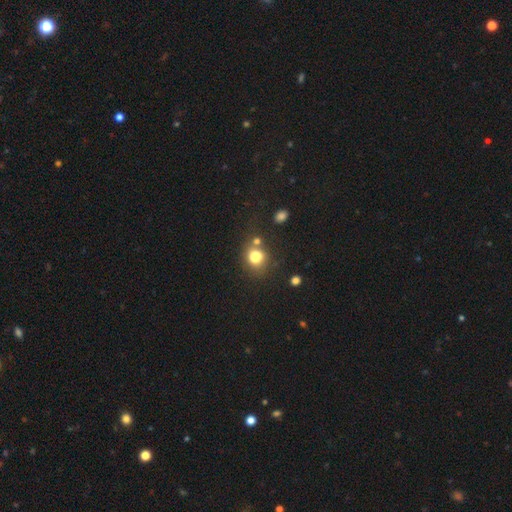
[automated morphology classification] This is likely a smooth galaxy (78%). How rounded: likely round (70%). Merging: possibly none (59%).